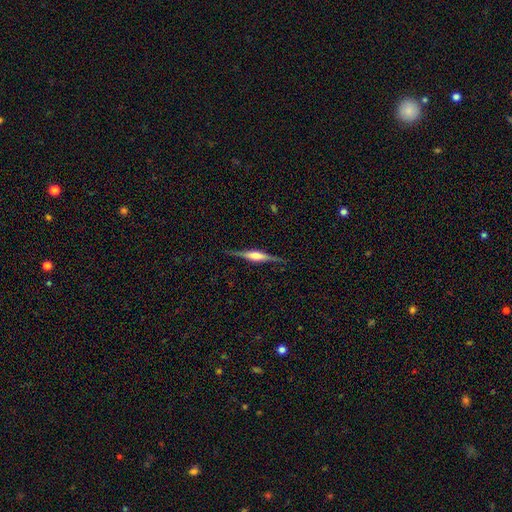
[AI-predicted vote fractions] Smooth or featured?
  - featured or disk: 78% *
  - smooth: 16%
  - star or artifact: 6%
Edge-on disk?
  - yes: 97% *
  - no: 3%
Edge-on bulge?
  - rounded: 69% *
  - boxy: 25%
  - none: 5%
Merging?
  - none: 86% *
  - minor disturbance: 10%
  - major disturbance: 3%
  - merger: 1%